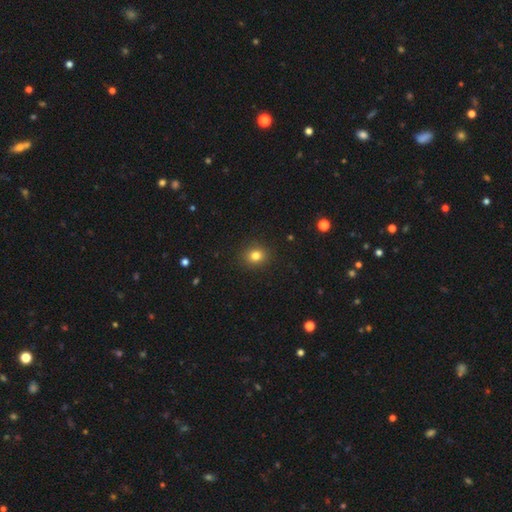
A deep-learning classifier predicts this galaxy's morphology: A smooth galaxy with no disk features (81%) that is round (76%).

Vote fractions:
- Smooth or featured? smooth: 81% / star or artifact: 13% / featured or disk: 6%
- How rounded? round: 76% / in between: 23% / cigar-shaped: 1%
- Merging? none: 91% / minor disturbance: 6% / major disturbance: 2% / merger: 1%